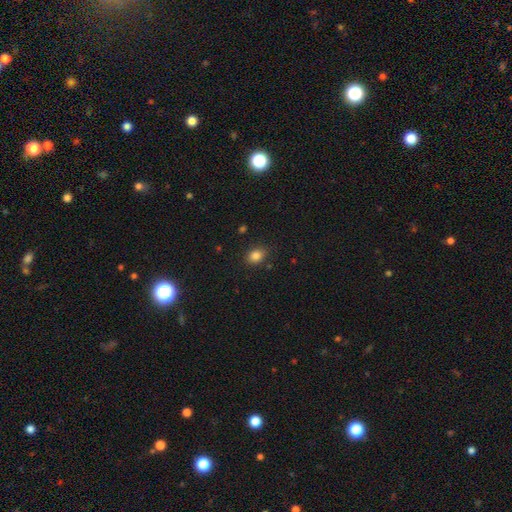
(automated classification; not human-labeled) This appears to be a smooth galaxy with no disk features (84%) that is in between round and cigar-shaped (59%). Merging: none (84%).